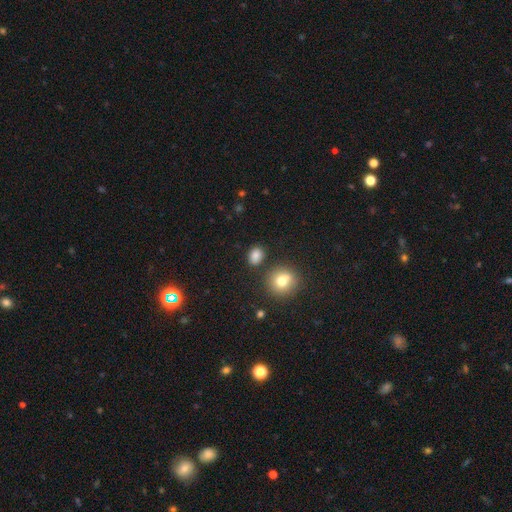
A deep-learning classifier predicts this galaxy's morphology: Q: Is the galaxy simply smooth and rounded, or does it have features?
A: smooth — 83%.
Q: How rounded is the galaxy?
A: in between — 56%.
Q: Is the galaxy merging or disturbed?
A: none — 80%.